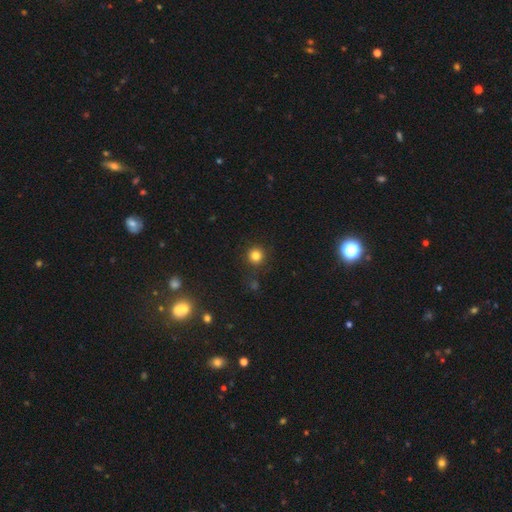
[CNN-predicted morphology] A smooth galaxy with no disk features (81%) that is round (95%). Merging: none (88%).